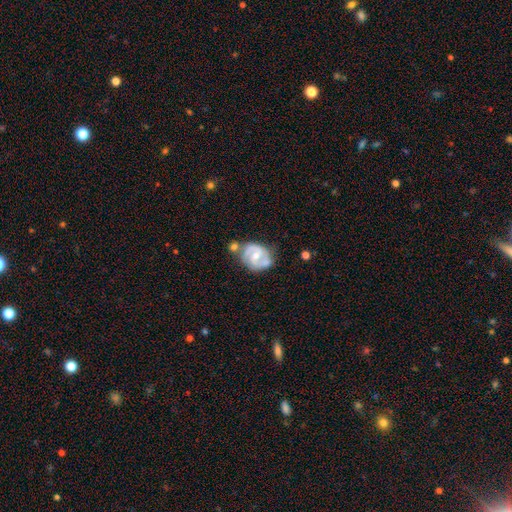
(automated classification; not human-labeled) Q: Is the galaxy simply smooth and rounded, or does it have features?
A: featured or disk — 83%.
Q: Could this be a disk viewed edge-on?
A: no — 98%.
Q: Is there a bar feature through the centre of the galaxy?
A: weak — 48%.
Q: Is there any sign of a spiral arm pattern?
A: yes — 94%.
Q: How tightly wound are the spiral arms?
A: medium — 49%.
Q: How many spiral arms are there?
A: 2 — 84%.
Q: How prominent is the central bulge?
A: moderate — 52%.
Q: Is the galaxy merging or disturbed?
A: none — 54%.